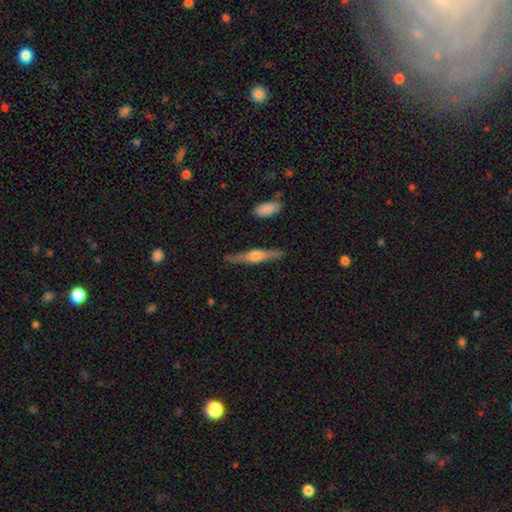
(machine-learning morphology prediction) Overall: featured or disk (66%; smooth 28%). Edge-on disk: yes (96%). Edge-on bulge: rounded (85%). Merging: none (85%).